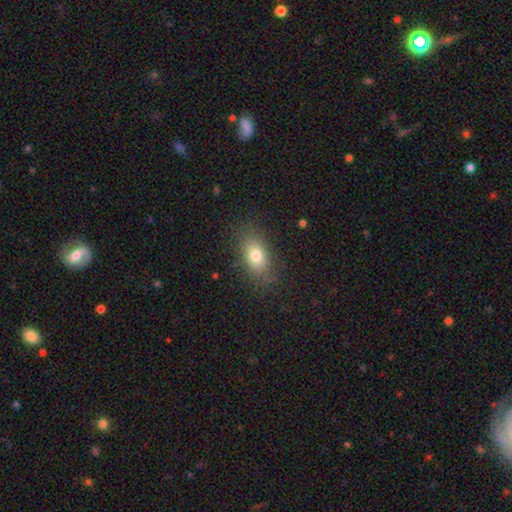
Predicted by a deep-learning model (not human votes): Smooth or featured? smooth (77%)
How rounded? in between (82%)
Merging? none (81%)